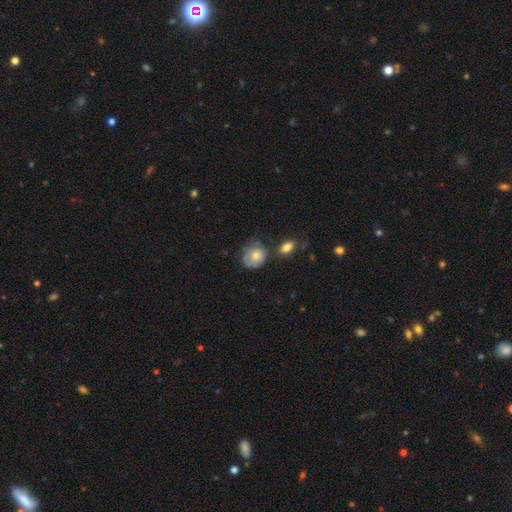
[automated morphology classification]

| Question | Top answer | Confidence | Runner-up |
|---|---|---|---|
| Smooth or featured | smooth | 73% | featured or disk (19%) |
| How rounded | round | 71% | in between (28%) |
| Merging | none | 47% | minor disturbance (29%) |